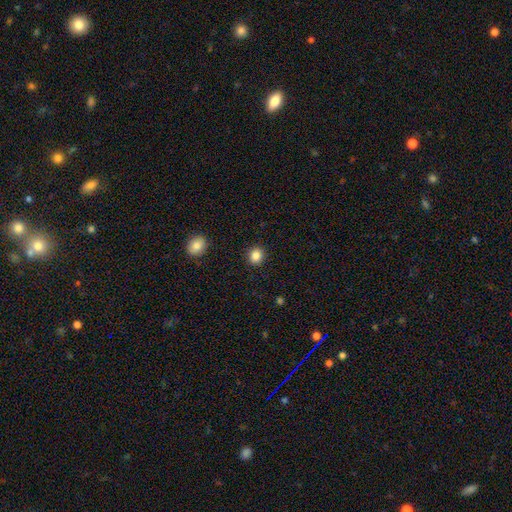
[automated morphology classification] Smooth or featured? smooth (85%)
How rounded? round (82%)
Merging? none (91%)